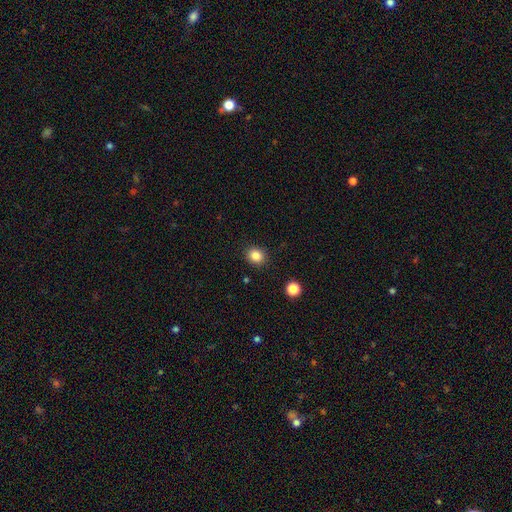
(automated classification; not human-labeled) This is clearly a smooth galaxy (84%). How rounded: likely round (72%). Merging: clearly none (90%).